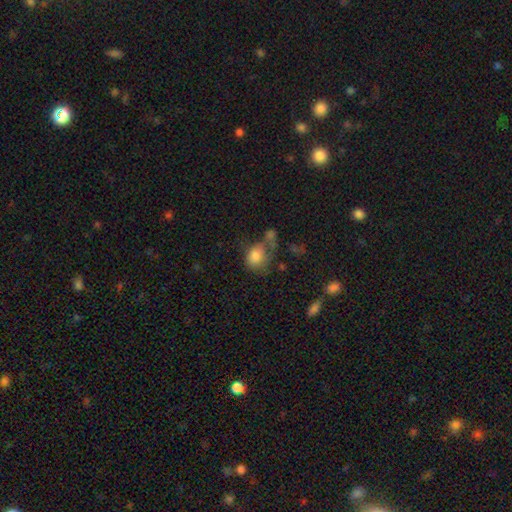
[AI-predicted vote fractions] smooth_or_featured: smooth (p=0.79) [alt: featured or disk p=0.12]
how_rounded: in between (p=0.52) [alt: round p=0.47]
merging: merger (p=0.31) [alt: none p=0.30]